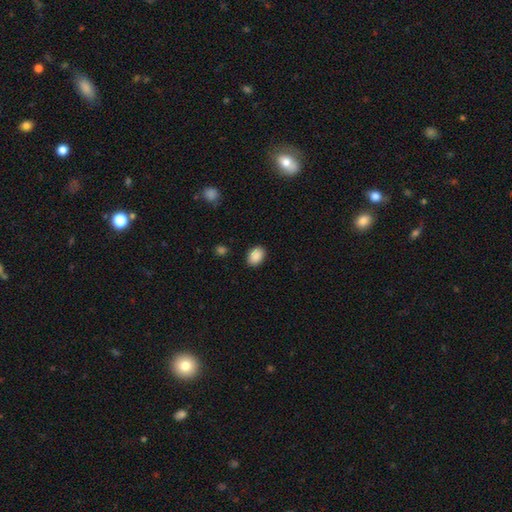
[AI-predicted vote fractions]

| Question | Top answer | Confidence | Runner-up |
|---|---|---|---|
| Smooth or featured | smooth | 89% | star or artifact (8%) |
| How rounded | in between | 72% | round (27%) |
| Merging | none | 89% | minor disturbance (8%) |